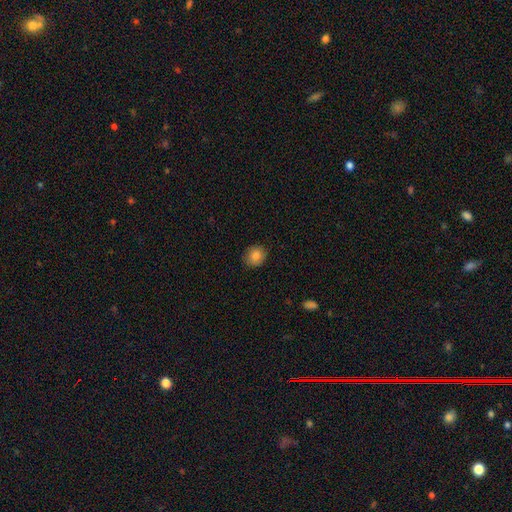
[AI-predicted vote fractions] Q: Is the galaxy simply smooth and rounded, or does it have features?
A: smooth — 84%.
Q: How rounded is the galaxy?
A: round — 78%.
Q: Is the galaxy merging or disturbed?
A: none — 86%.